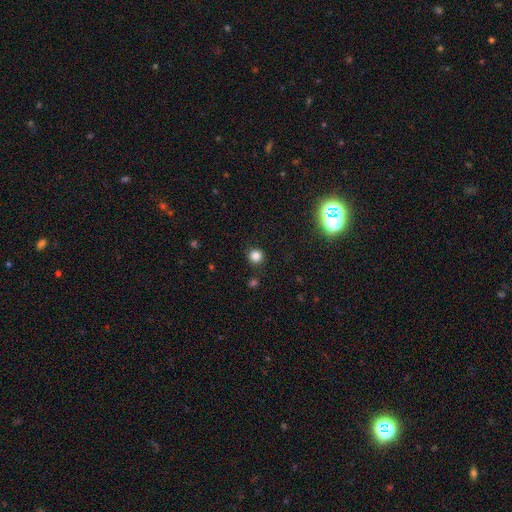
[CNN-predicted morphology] Smooth or featured?
  - smooth: 82% *
  - star or artifact: 14%
  - featured or disk: 4%
How rounded?
  - round: 92% *
  - in between: 7%
  - cigar-shaped: 1%
Merging?
  - none: 89% *
  - minor disturbance: 6%
  - major disturbance: 2%
  - merger: 2%